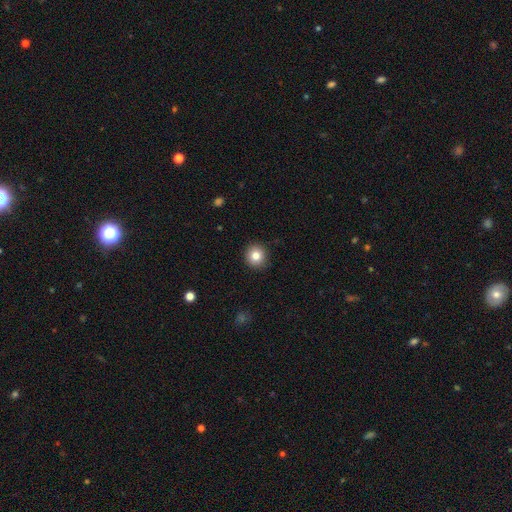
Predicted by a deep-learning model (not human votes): smooth-or-featured: smooth: 82% | star or artifact: 10% | featured or disk: 8%
  how-rounded: round: 92% | in between: 7% | cigar-shaped: 1%
  merging: none: 92% | minor disturbance: 6% | major disturbance: 2% | merger: 1%